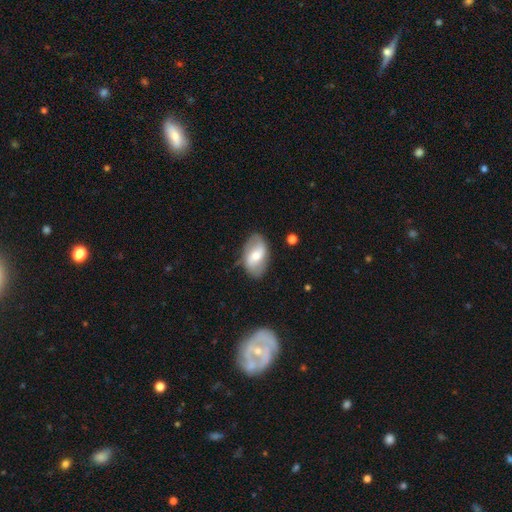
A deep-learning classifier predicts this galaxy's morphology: Overall: featured or disk (54%; smooth 39%). Edge-on disk: no (94%). Bar: weak (42%; no 34%). Spiral arms: yes (75%). Bulge size: moderate (55%; small 37%). Merging: none (75%).